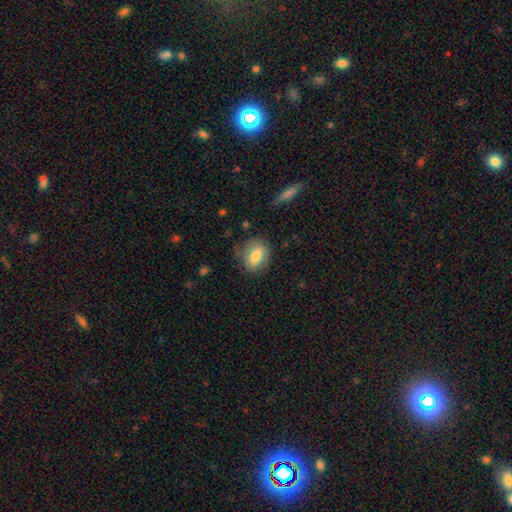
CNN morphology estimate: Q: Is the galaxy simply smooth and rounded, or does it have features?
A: smooth — 73%.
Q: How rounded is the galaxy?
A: in between — 64%.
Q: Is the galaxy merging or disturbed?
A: none — 75%.